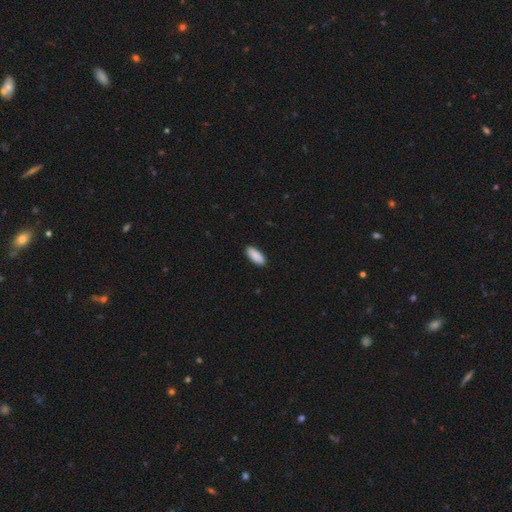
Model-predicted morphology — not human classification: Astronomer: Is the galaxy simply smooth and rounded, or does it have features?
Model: smooth — 90%.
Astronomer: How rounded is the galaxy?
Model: in between — 81%.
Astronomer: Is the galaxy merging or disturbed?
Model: none — 90%.